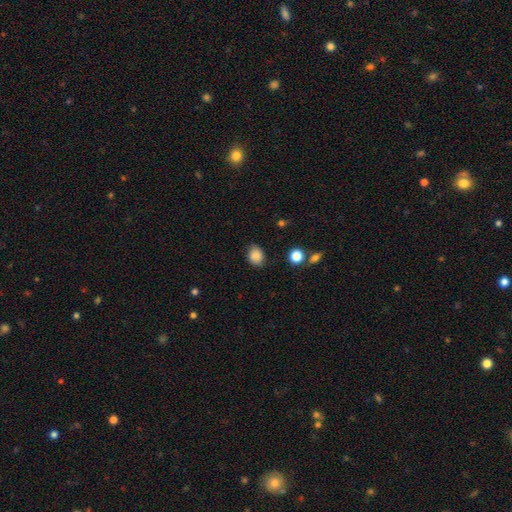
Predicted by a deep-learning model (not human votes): Smooth or featured? Predicted: smooth (p=0.86). How rounded? Predicted: round (p=0.53). Merging? Predicted: none (p=0.78).